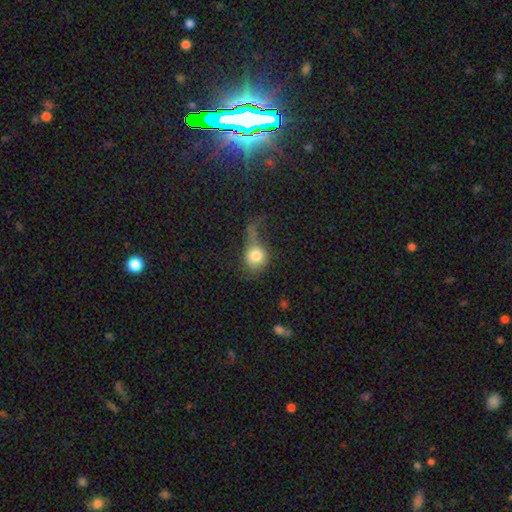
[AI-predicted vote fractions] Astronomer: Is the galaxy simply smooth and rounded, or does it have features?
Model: smooth — 76%.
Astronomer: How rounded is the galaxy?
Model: round — 70%.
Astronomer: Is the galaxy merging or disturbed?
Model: major disturbance — 49%.